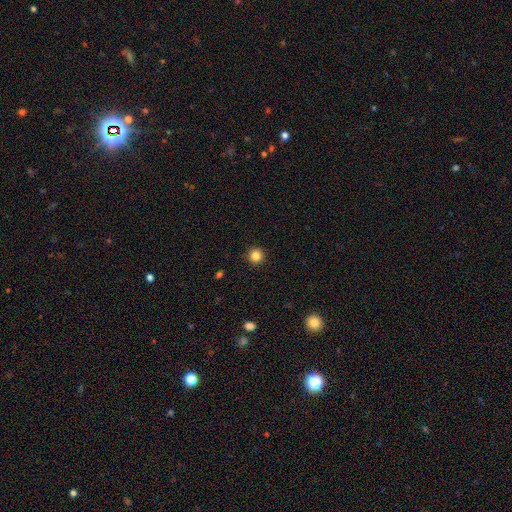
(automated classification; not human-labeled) A smooth galaxy with no disk features (84%) that is round (95%). Merging: none (93%).